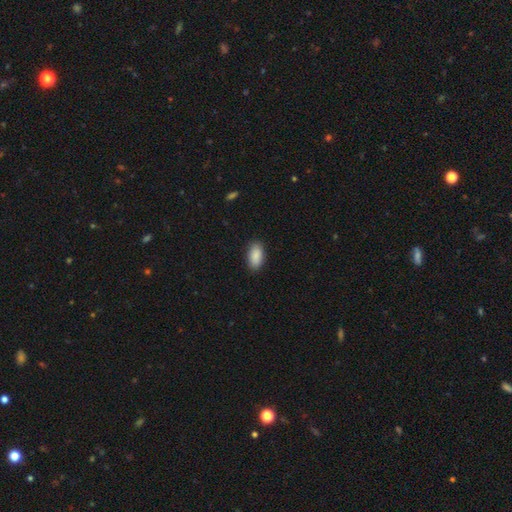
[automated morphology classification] type=smooth (90%); roundness=in between (93%); merging=none (88%).